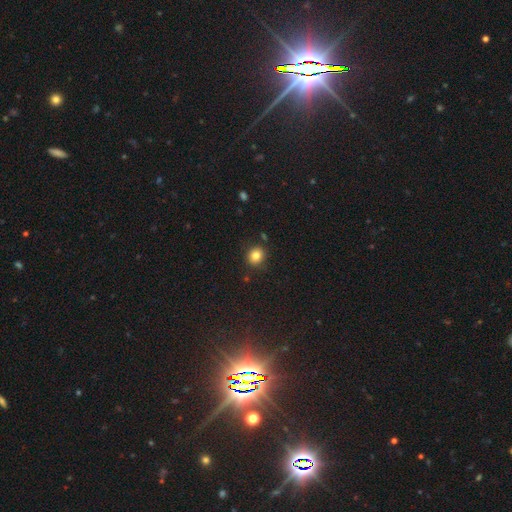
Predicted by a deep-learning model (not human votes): The model was most divided on "how rounded": round: 79%, in between: 20%, cigar-shaped: 1%. More confident: merging — none (87%); smooth or featured — smooth (82%).